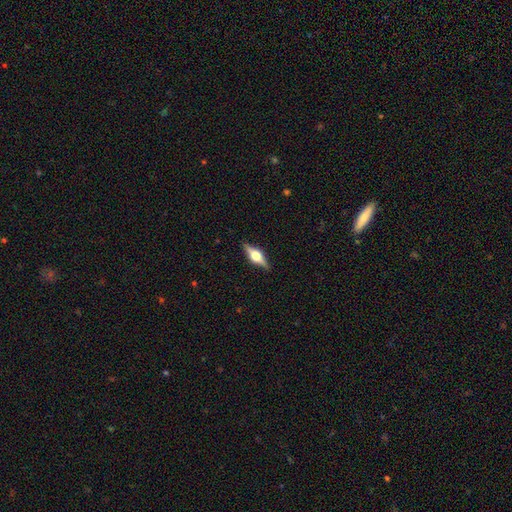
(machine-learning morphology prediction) This is likely a featured or disk galaxy (75%). It is clearly viewed edge-on (97%). Edge-on bulge: clearly rounded (94%). Merging: clearly none (89%).